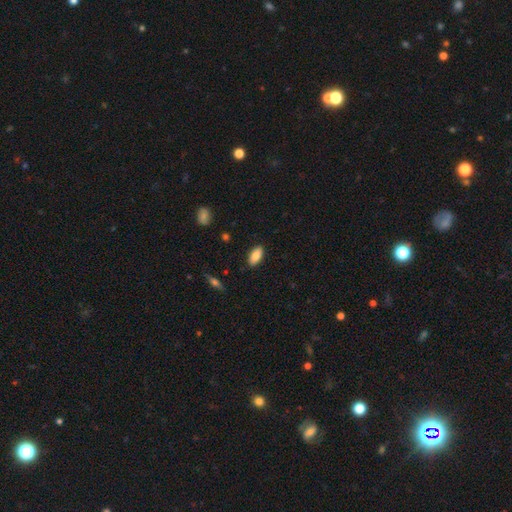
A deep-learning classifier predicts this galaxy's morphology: Q: Smooth or featured?
A: smooth (82%); runner-up: featured or disk (11%)
Q: How rounded?
A: in between (88%); runner-up: cigar-shaped (10%)
Q: Merging?
A: none (88%); runner-up: minor disturbance (9%)